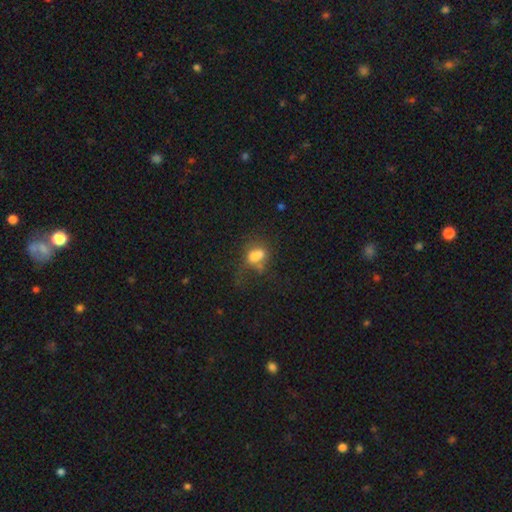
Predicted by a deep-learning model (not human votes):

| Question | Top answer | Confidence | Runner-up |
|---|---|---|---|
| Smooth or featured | smooth | 66% | featured or disk (19%) |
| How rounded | in between | 73% | round (21%) |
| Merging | none | 29% | major disturbance (28%) |